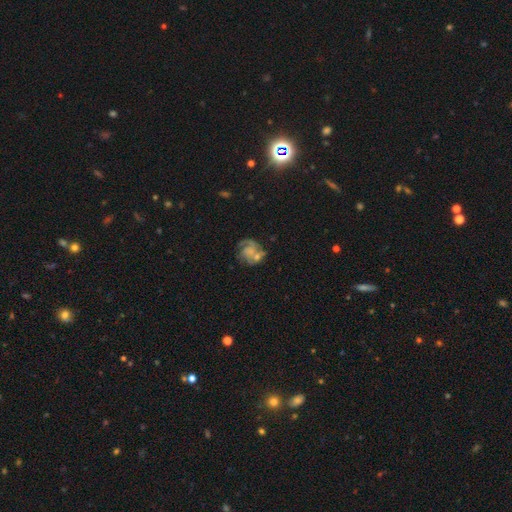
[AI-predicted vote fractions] Smooth or featured?
  - featured or disk: 60% *
  - smooth: 22%
  - star or artifact: 18%
Edge-on disk?
  - no: 97% *
  - yes: 3%
Bar?
  - no: 71% *
  - weak: 24%
  - strong: 5%
Spiral arms?
  - yes: 77% *
  - no: 23%
Bulge size?
  - small: 41% *
  - moderate: 28%
  - none: 25%
  - large: 4%
  - dominant: 2%
Merging?
  - none: 54% *
  - minor disturbance: 17%
  - merger: 15%
  - major disturbance: 14%